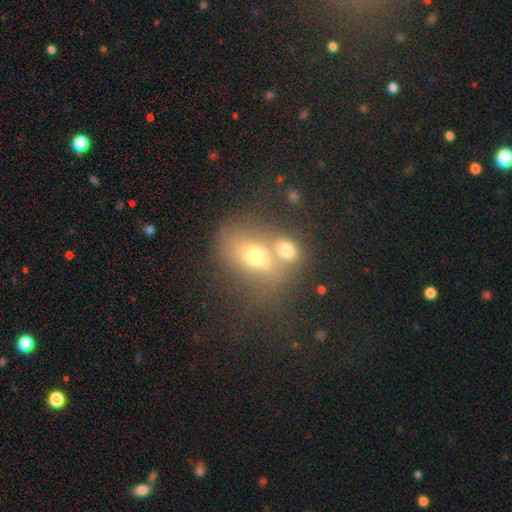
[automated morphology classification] This is likely a smooth galaxy (60%). How rounded: likely in between (67%). Merging: possibly merger (57%).